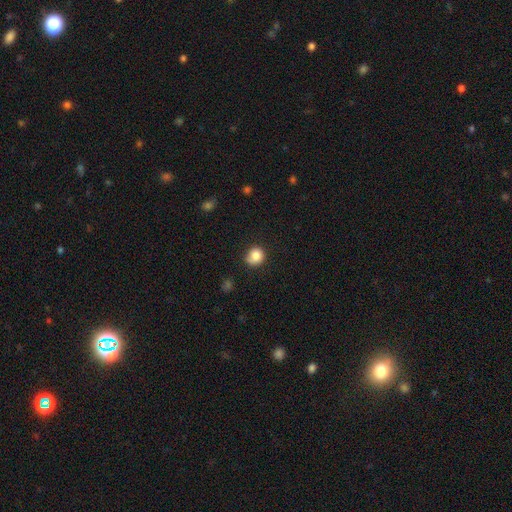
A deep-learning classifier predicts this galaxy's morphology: The model was most divided on "merging": none: 70%, minor disturbance: 23%, major disturbance: 5%, merger: 2%. More confident: how rounded — round (83%); smooth or featured — smooth (83%).